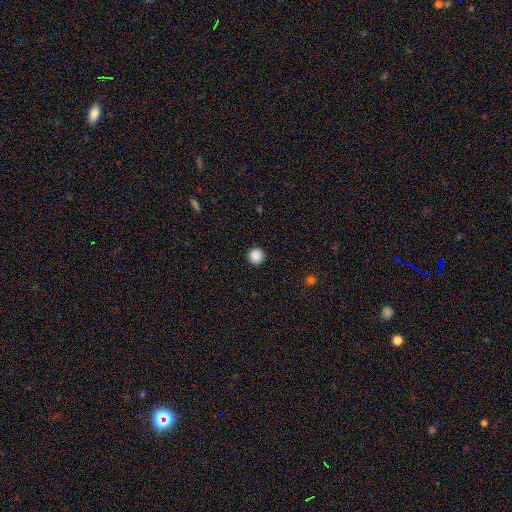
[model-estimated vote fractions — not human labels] Q: Smooth or featured?
A: smooth (89%); runner-up: star or artifact (9%)
Q: How rounded?
A: round (96%); runner-up: in between (3%)
Q: Merging?
A: none (94%); runner-up: minor disturbance (4%)